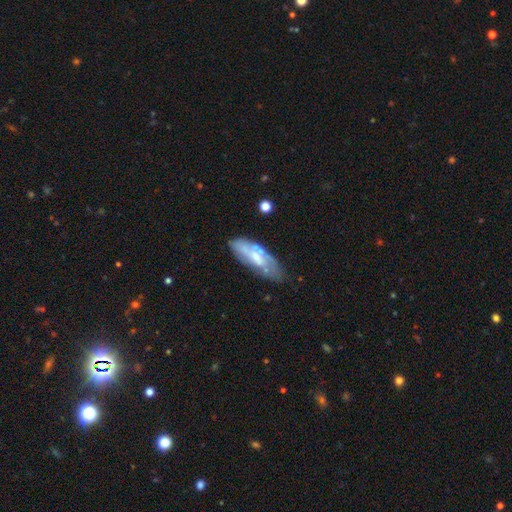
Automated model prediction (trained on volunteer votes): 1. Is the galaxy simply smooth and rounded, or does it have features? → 49% featured or disk, 44% smooth, 7% star or artifact.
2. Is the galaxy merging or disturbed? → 54% none, 28% minor disturbance, 11% major disturbance, 7% merger.